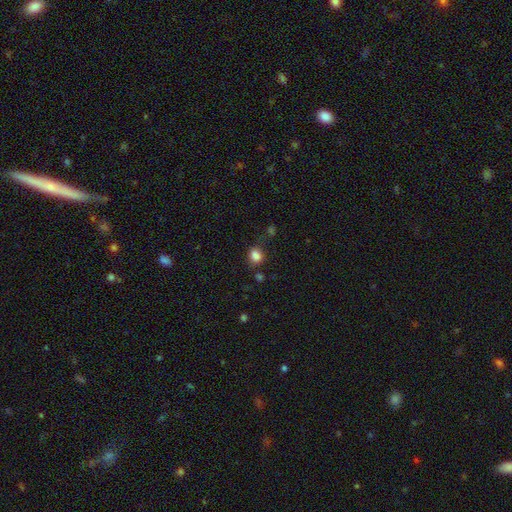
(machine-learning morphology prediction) The model was most divided on "how rounded": in between: 50%, round: 49%, cigar-shaped: 1%. More confident: smooth or featured — smooth (84%); merging — none (73%).